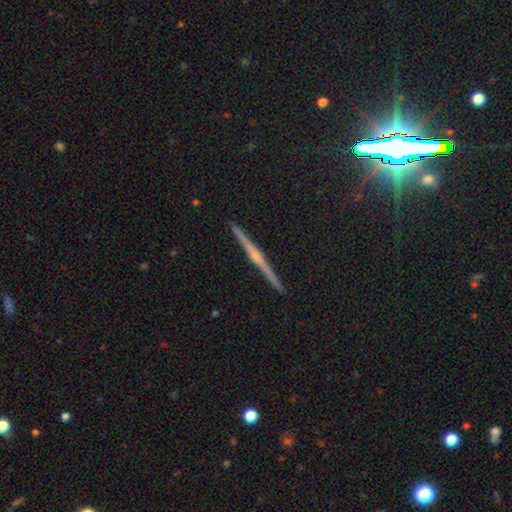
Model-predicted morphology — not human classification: This appears to be a featured or disk galaxy (75%) viewed edge-on (99%) with a rounded central bulge (65%). Merging: none (93%).